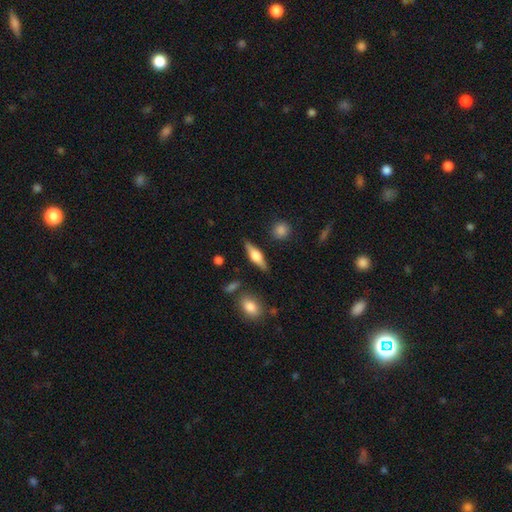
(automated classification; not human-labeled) Smooth or featured?
  - featured or disk: 61% *
  - smooth: 33%
  - star or artifact: 7%
Edge-on disk?
  - yes: 95% *
  - no: 5%
Edge-on bulge?
  - rounded: 85% *
  - boxy: 13%
  - none: 2%
Merging?
  - none: 84% *
  - minor disturbance: 10%
  - merger: 3%
  - major disturbance: 3%